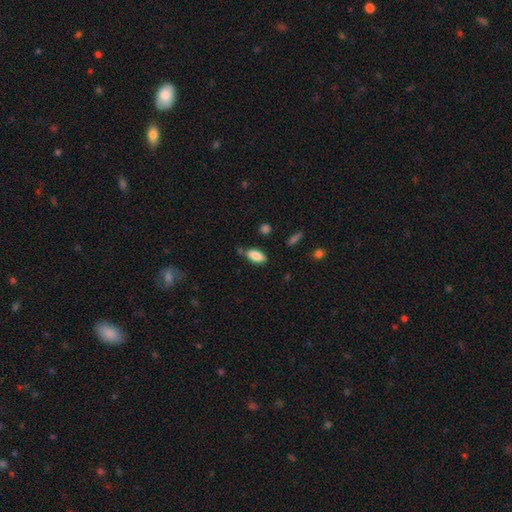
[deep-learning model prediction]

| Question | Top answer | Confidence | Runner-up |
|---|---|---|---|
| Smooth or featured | smooth | 86% | star or artifact (7%) |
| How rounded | in between | 88% | cigar-shaped (9%) |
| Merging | none | 73% | minor disturbance (17%) |